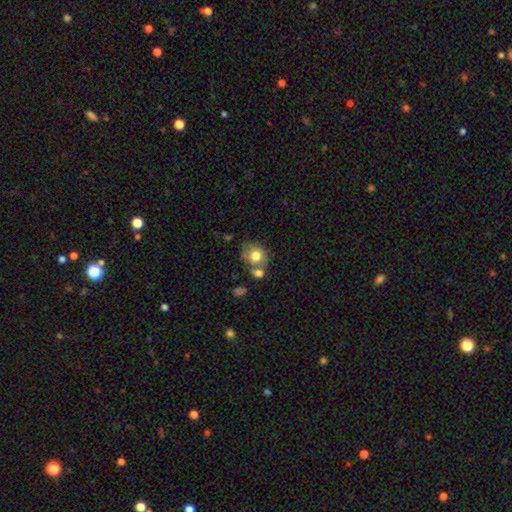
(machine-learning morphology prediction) Smooth or featured: smooth — 76% (featured or disk — 15%)
How rounded: round — 69% (in between — 30%)
Merging: none — 53% (merger — 27%)